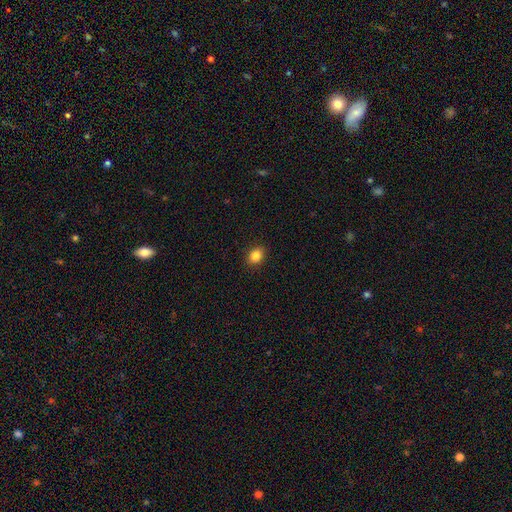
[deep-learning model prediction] The model was most divided on "how rounded": in between: 58%, round: 41%, cigar-shaped: 1%. More confident: merging — none (89%); smooth or featured — smooth (85%).